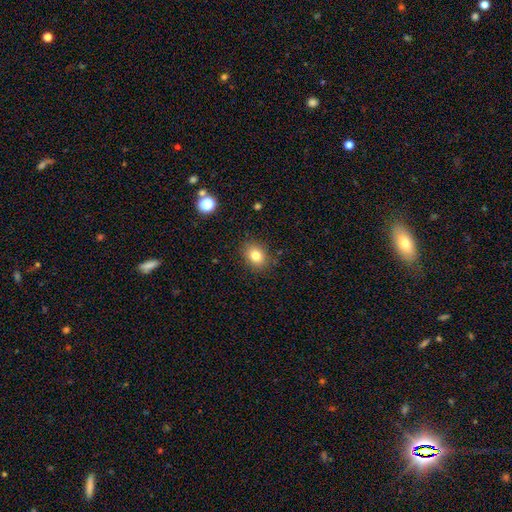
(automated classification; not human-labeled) This is clearly a smooth galaxy (81%). How rounded: possibly in between (53%). Merging: clearly none (85%).